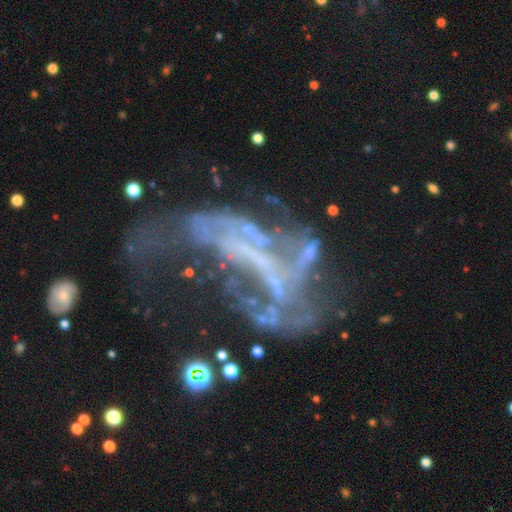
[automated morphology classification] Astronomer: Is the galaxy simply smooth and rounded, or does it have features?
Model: featured or disk — 68%.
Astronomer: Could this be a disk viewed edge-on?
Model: no — 94%.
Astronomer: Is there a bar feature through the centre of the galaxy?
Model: no — 56%.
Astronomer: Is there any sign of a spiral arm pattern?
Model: no — 63%.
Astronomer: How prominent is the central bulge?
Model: none — 76%.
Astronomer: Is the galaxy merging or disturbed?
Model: major disturbance — 52%.